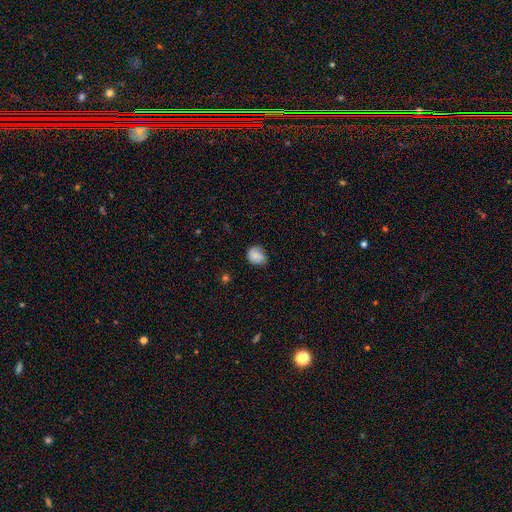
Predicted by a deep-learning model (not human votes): smooth-or-featured: smooth: 73% | featured or disk: 19% | star or artifact: 8%
  how-rounded: round: 53% | in between: 46% | cigar-shaped: 1%
  merging: none: 59% | minor disturbance: 32% | major disturbance: 7% | merger: 1%